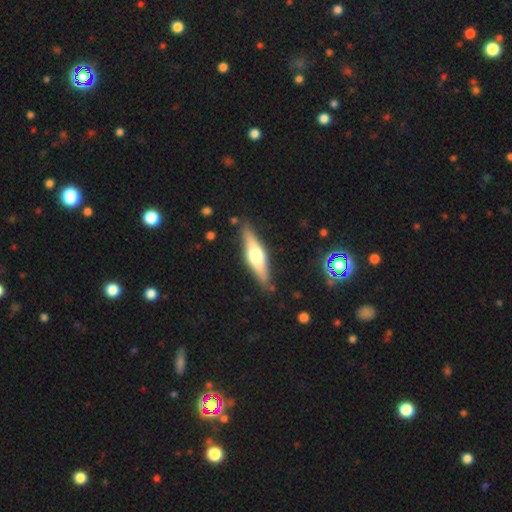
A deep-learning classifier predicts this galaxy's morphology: This appears to be a featured or disk galaxy (55%) viewed edge-on (92%) with a rounded central bulge (91%). Merging: none (85%).